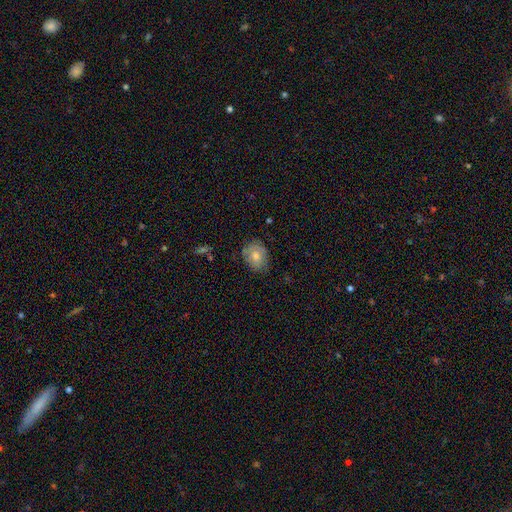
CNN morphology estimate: type=smooth (58%); roundness=in between (52%); merging=none (75%).